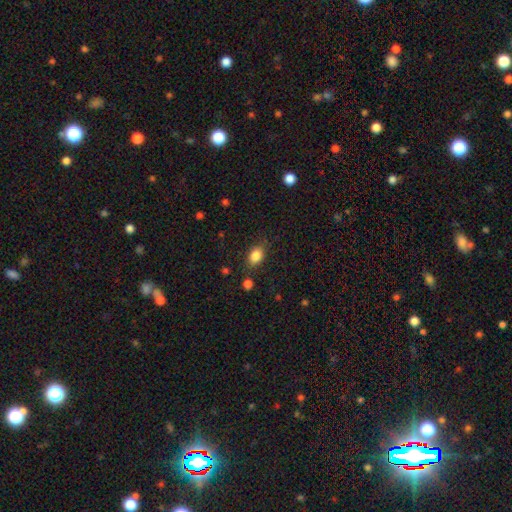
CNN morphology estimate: Smooth or featured: smooth — 85% (star or artifact — 9%)
How rounded: in between — 79% (round — 20%)
Merging: none — 79% (minor disturbance — 14%)